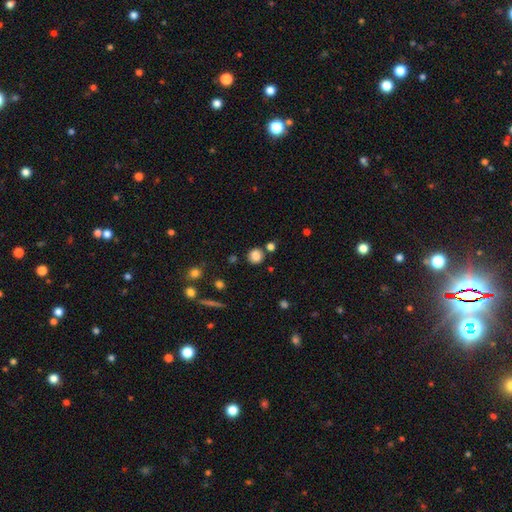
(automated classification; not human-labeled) Q: Smooth or featured?
A: smooth (83%); runner-up: star or artifact (11%)
Q: How rounded?
A: round (85%); runner-up: in between (14%)
Q: Merging?
A: none (80%); runner-up: minor disturbance (10%)